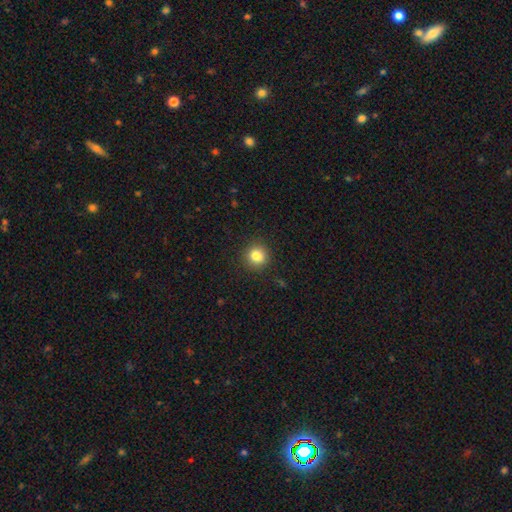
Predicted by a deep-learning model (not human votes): A smooth galaxy with no disk features (82%) that is round (88%).

Vote fractions:
- Smooth or featured? smooth: 82% / star or artifact: 11% / featured or disk: 7%
- How rounded? round: 88% / in between: 11% / cigar-shaped: 1%
- Merging? none: 87% / minor disturbance: 8% / major disturbance: 2% / merger: 2%